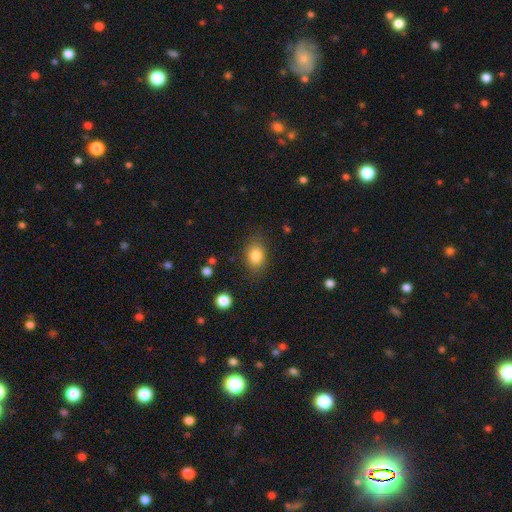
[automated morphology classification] This is clearly a smooth galaxy (83%). How rounded: likely in between (71%). Merging: likely none (80%).